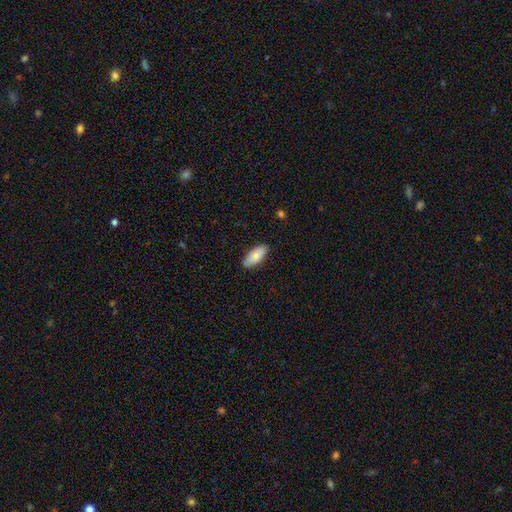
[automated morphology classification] Smooth or featured? Predicted: smooth (p=0.80). How rounded? Predicted: in between (p=0.83). Merging? Predicted: none (p=0.86).